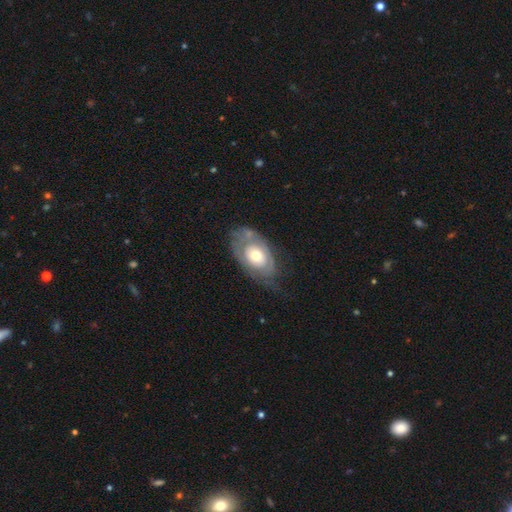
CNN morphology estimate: This is possibly a featured or disk galaxy (58%). It is clearly not viewed edge-on (92%). Bar: clearly no (88%). Spiral arm pattern: possibly no (56%). Central bulge: likely moderate (67%). Merging: possibly none (53%).